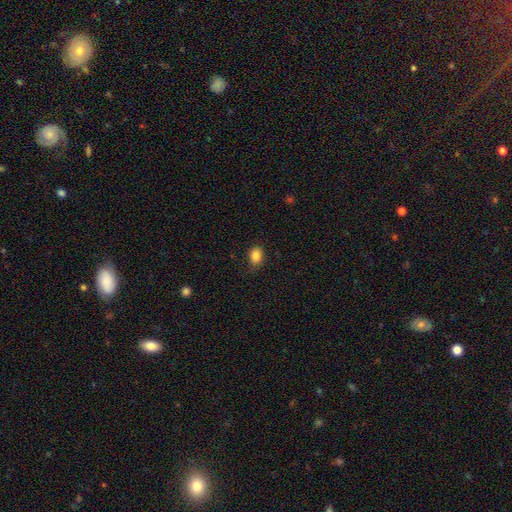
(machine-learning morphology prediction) Q: Smooth or featured?
A: smooth (85%); runner-up: star or artifact (10%)
Q: How rounded?
A: in between (65%); runner-up: round (34%)
Q: Merging?
A: none (80%); runner-up: minor disturbance (16%)